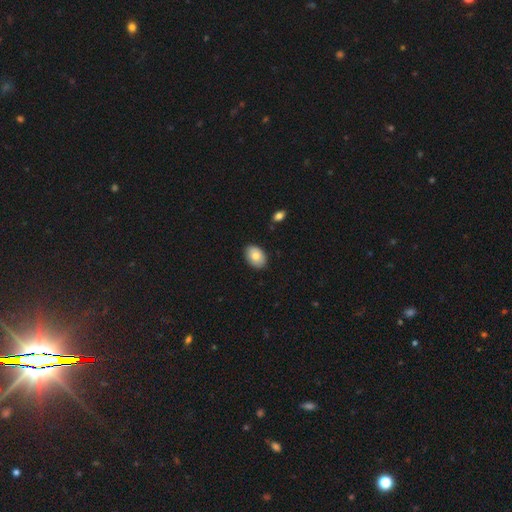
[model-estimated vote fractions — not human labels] A smooth galaxy with no disk features (80%) that is in between round and cigar-shaped (86%). Merging: none (88%).